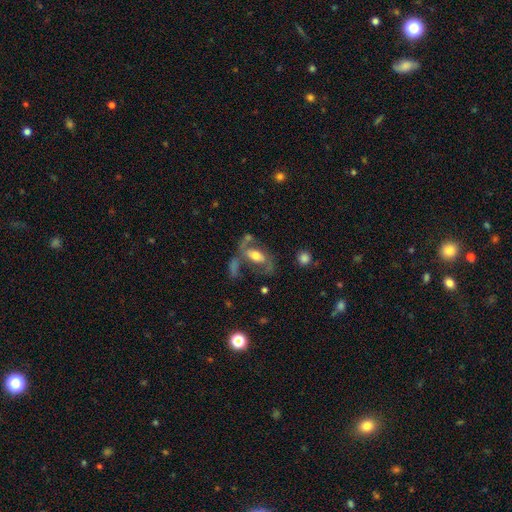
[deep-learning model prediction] Smooth or featured? featured or disk (58%)
Edge-on disk? no (87%)
Bar? no (49%)
Spiral arms? yes (63%)
Bulge size? moderate (53%)
Merging? none (39%)